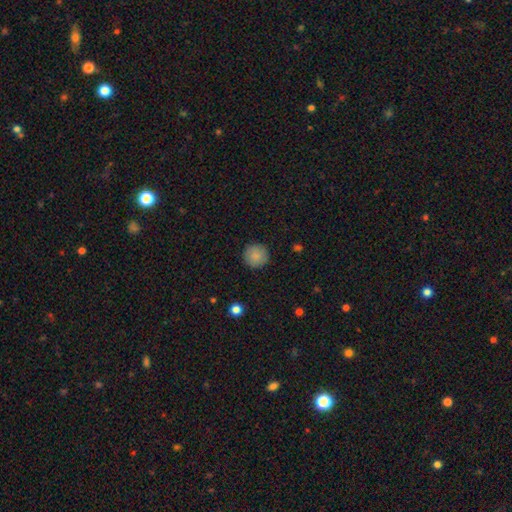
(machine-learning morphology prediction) smooth-or-featured: smooth: 87% | star or artifact: 7% | featured or disk: 5%
  how-rounded: round: 95% | in between: 4% | cigar-shaped: 1%
  merging: none: 90% | minor disturbance: 7% | major disturbance: 2% | merger: 1%